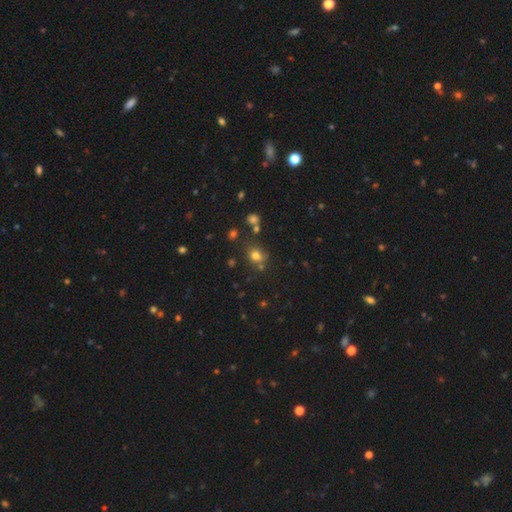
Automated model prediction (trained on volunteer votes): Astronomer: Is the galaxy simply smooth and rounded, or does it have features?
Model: smooth — 73%.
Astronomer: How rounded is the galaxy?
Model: round — 70%.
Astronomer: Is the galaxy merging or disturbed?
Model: none — 66%.